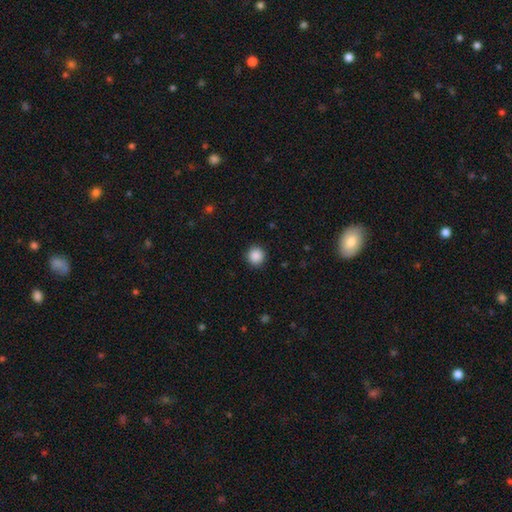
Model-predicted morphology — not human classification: smooth 88%, star or artifact 10%, featured or disk 3%. Down the decision tree: how rounded — round (93%); merging — none (90%).